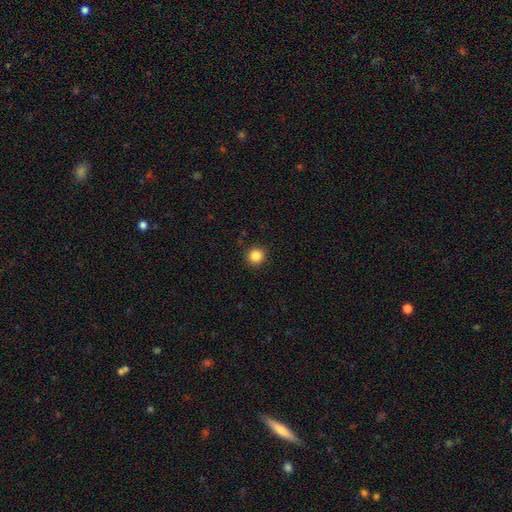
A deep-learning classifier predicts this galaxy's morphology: This appears to be a smooth galaxy with no disk features (86%) that is round (94%). Merging: none (92%).